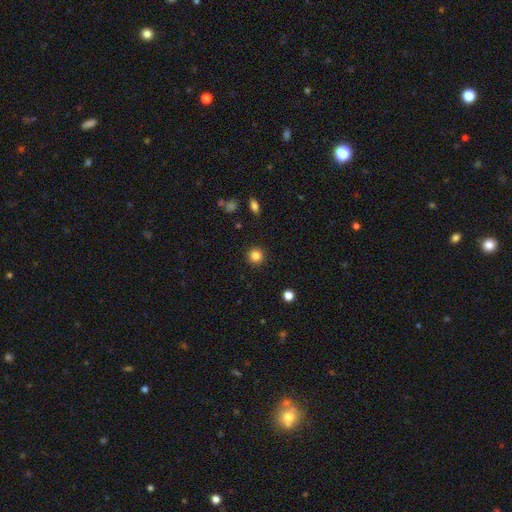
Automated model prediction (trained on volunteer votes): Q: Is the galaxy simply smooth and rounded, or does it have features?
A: smooth — 84%.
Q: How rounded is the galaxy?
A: round — 94%.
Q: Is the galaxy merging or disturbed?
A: none — 92%.